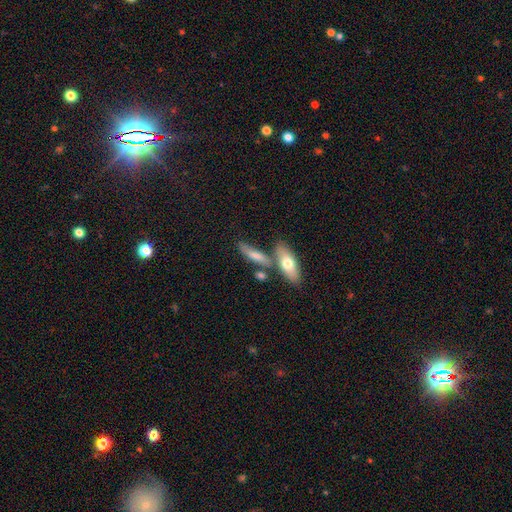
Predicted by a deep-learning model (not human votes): Morphology: type=smooth (54%); roundness=cigar-shaped (52%); merging=none (55%).